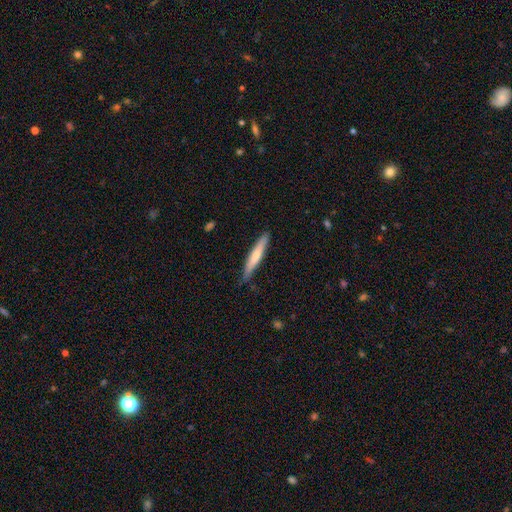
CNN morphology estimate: smooth-or-featured: smooth: 62% | featured or disk: 32% | star or artifact: 5%
  how-rounded: cigar-shaped: 93% | in between: 5% | round: 1%
  merging: none: 83% | minor disturbance: 14% | major disturbance: 2% | merger: 1%